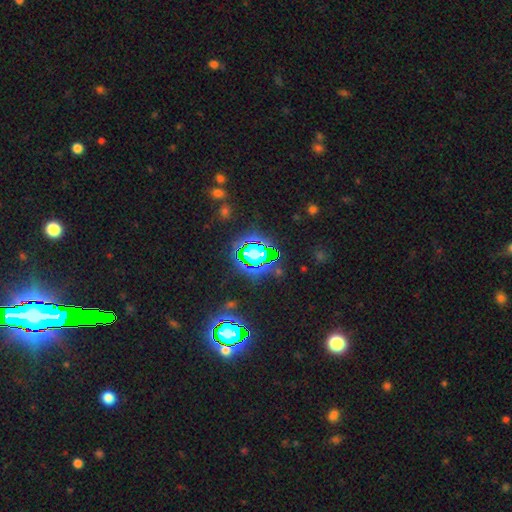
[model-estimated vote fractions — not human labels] A star or artifact, not a galaxy (79%).